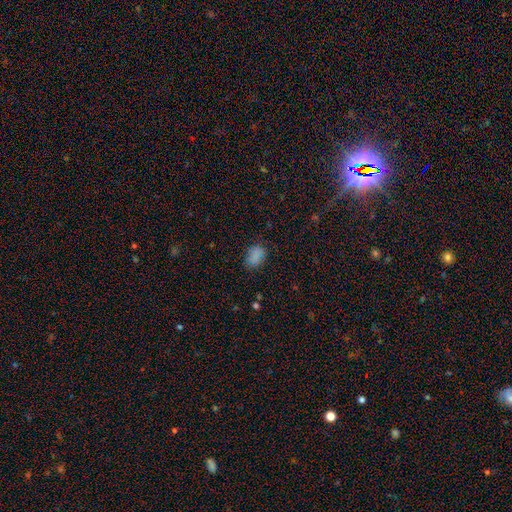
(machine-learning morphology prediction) smooth-or-featured: smooth: 83% | star or artifact: 11% | featured or disk: 6%
  how-rounded: in between: 81% | round: 18% | cigar-shaped: 1%
  merging: none: 79% | minor disturbance: 16% | major disturbance: 4% | merger: 1%